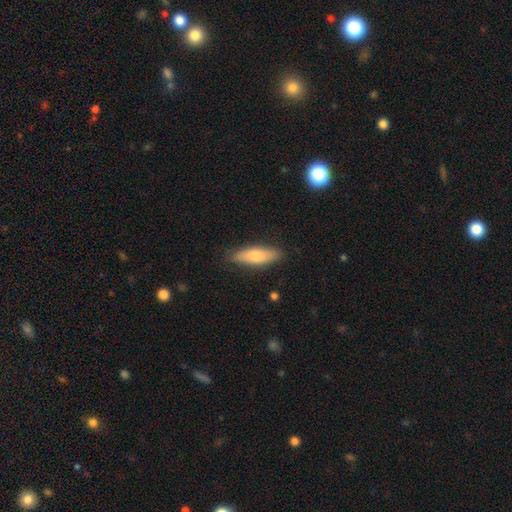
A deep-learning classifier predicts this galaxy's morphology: A smooth galaxy with no disk features (78%) that is cigar-shaped (50%). Merging: none (85%).